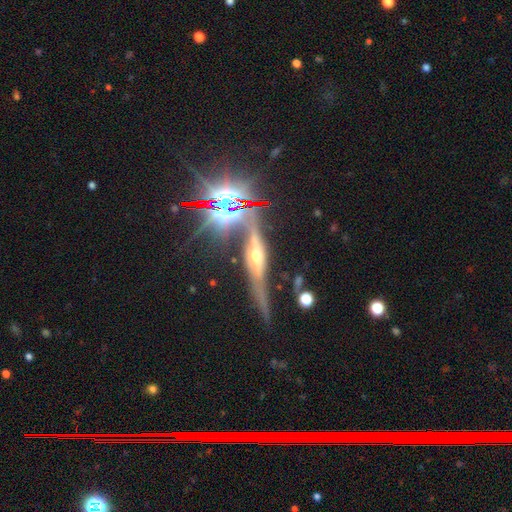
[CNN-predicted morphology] Overall: featured or disk (73%). Edge-on disk: yes (84%). Edge-on bulge: rounded (86%). Merging: none (60%).